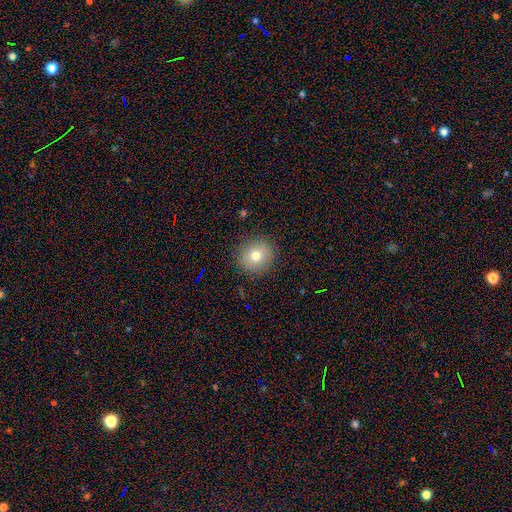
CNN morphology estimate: Smooth or featured? Predicted: smooth (p=0.75). How rounded? Predicted: round (p=0.87). Merging? Predicted: none (p=0.88).